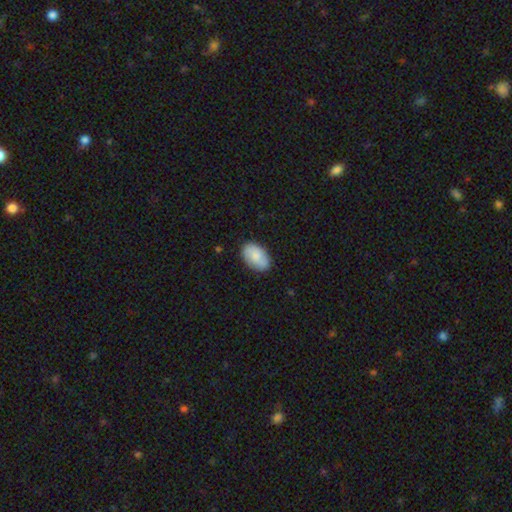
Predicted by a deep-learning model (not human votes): Smooth or featured?
  - smooth: 75% *
  - featured or disk: 19%
  - star or artifact: 6%
How rounded?
  - in between: 91% *
  - round: 8%
  - cigar-shaped: 1%
Merging?
  - none: 83% *
  - minor disturbance: 13%
  - major disturbance: 3%
  - merger: 1%